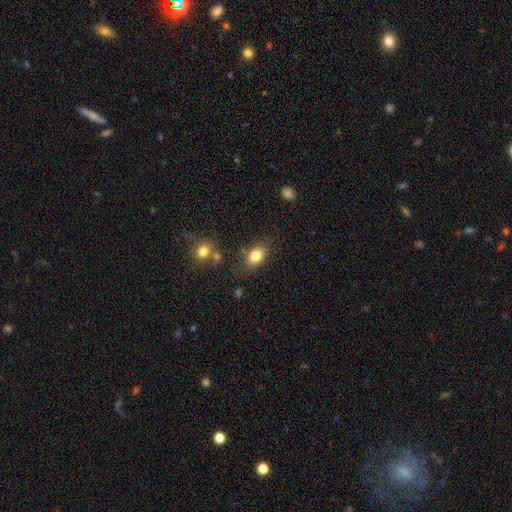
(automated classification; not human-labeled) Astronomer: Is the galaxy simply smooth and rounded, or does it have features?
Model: smooth — 81%.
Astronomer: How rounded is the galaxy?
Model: in between — 72%.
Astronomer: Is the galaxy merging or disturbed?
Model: none — 75%.